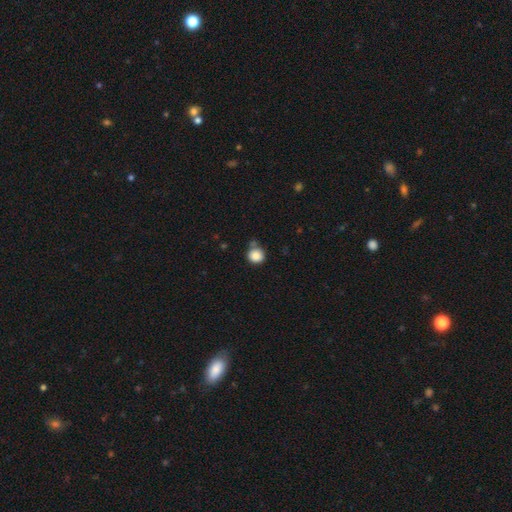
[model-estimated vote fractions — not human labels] Q: Smooth or featured?
A: smooth (86%); runner-up: star or artifact (10%)
Q: How rounded?
A: round (90%); runner-up: in between (9%)
Q: Merging?
A: none (65%); runner-up: minor disturbance (17%)